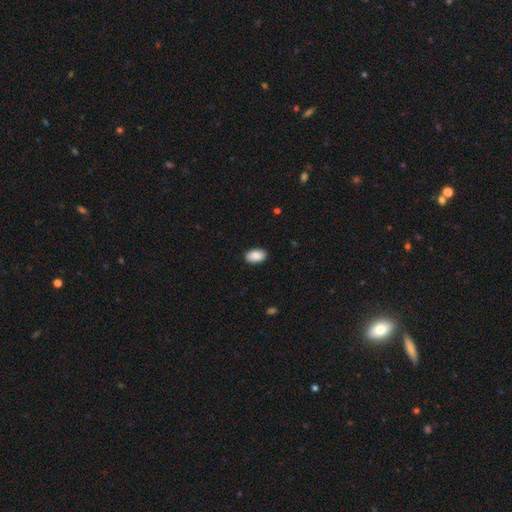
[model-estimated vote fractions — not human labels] Morphology: type=smooth (89%); roundness=in between (92%); merging=none (89%).